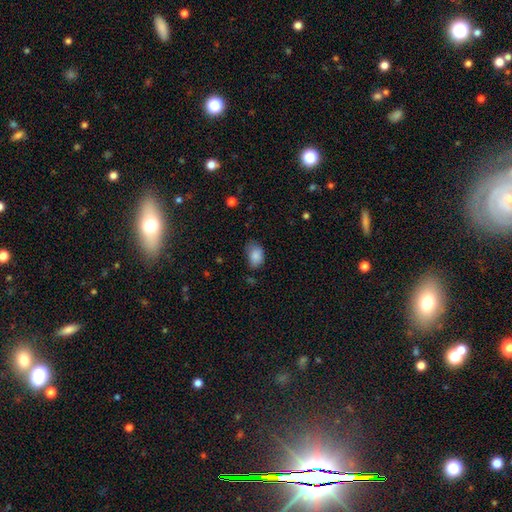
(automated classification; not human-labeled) smooth 86%, star or artifact 8%, featured or disk 6%. Down the decision tree: how rounded — in between (85%); merging — none (57%).